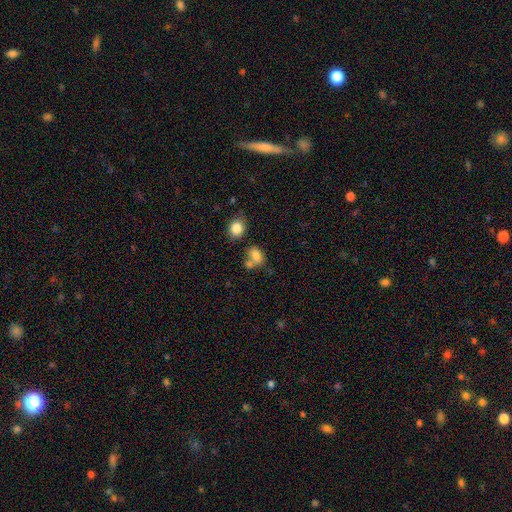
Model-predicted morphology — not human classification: Smooth or featured? smooth (79%)
How rounded? in between (74%)
Merging? none (45%)